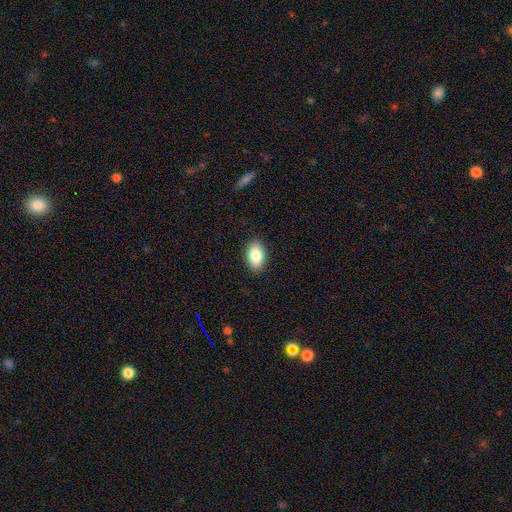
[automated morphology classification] This appears to be a smooth galaxy with no disk features (84%) that is in between round and cigar-shaped (91%). Merging: none (89%).